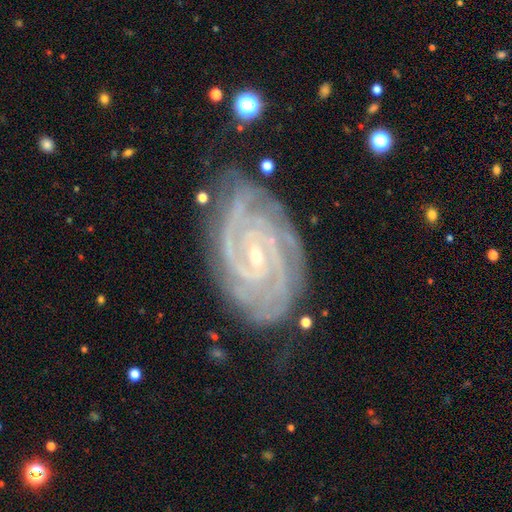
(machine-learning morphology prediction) A featured or disk galaxy (93%) with no bar (41%), 2 (47%) tight (81%) spiral arms (99%) and a small central bulge (81%).

Vote fractions:
- Smooth or featured? featured or disk: 93% / star or artifact: 5% / smooth: 3%
- Edge-on disk? no: 97% / yes: 3%
- Bar? no: 41% / weak: 39% / strong: 20%
- Spiral arms? yes: 99% / no: 1%
- Spiral winding? tight: 81% / medium: 17% / loose: 2%
- Spiral arm count? 2: 47% / 3: 20% / 4: 11% / can't tell: 10% / more than 4: 6% / 1: 6%
- Bulge size? small: 81% / moderate: 16% / none: 2% / large: 1% / dominant: 1%
- Merging? none: 76% / minor disturbance: 17% / major disturbance: 5% / merger: 2%